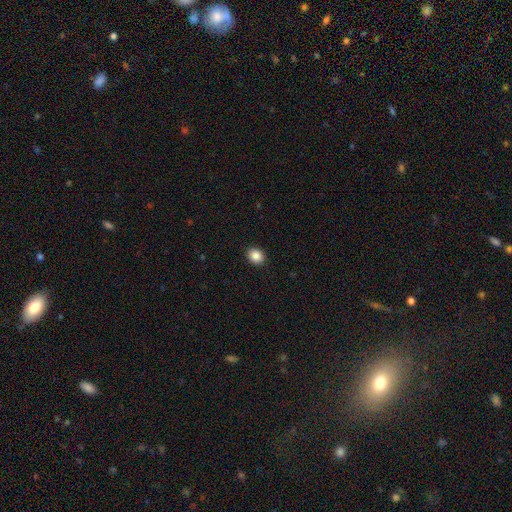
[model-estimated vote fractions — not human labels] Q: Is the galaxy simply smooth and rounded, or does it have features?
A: smooth — 88%.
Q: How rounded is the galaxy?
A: round — 56%.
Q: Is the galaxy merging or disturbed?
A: none — 91%.